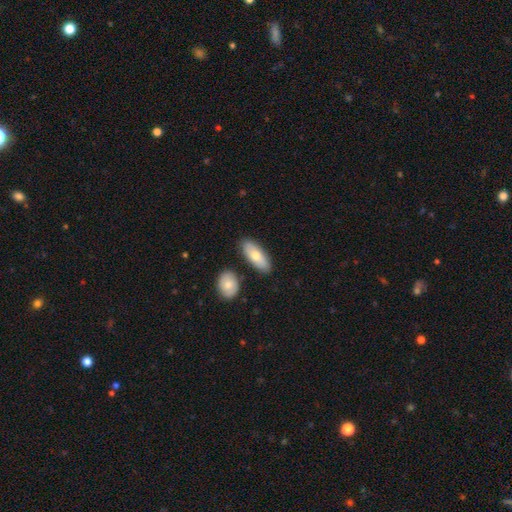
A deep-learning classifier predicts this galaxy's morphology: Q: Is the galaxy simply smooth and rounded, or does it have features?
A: smooth — 72%.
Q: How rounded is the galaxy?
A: in between — 80%.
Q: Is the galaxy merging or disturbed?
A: none — 81%.